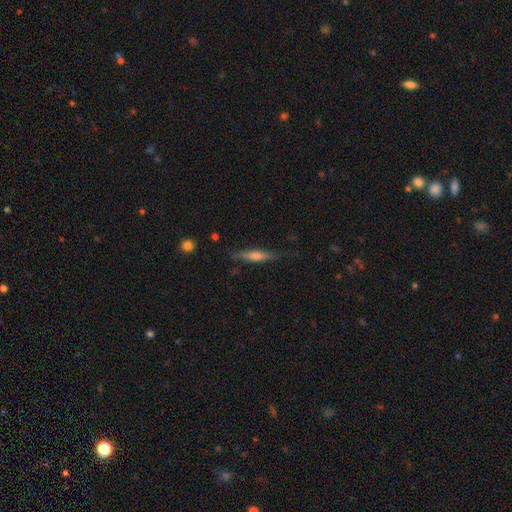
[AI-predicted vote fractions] smooth_or_featured: featured or disk (p=0.48) [alt: smooth p=0.46]
merging: none (p=0.77) [alt: minor disturbance p=0.17]